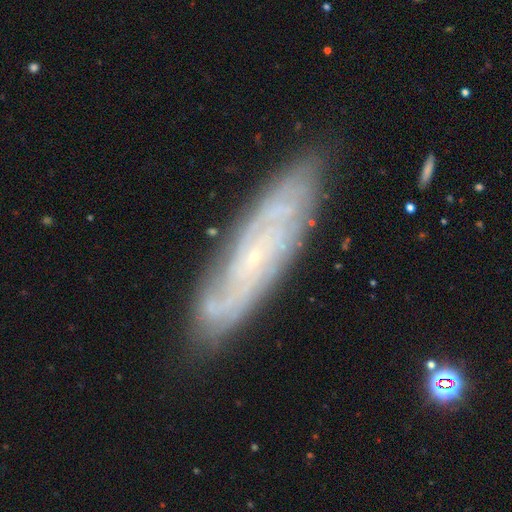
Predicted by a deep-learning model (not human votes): smooth_or_featured: featured or disk (p=0.78) [alt: smooth p=0.15]
disk_edge_on: no (p=0.79) [alt: yes p=0.21]
bar: no (p=0.72) [alt: weak p=0.23]
has_spiral_arms: yes (p=0.92) [alt: no p=0.08]
spiral_winding: tight (p=0.63) [alt: medium p=0.29]
spiral_arm_count: can't tell (p=0.48) [alt: 2 p=0.22]
bulge_size: small (p=0.85) [alt: moderate p=0.09]
merging: none (p=0.81) [alt: minor disturbance p=0.14]